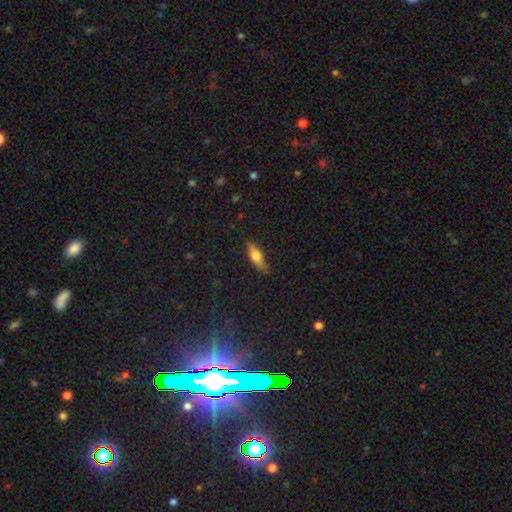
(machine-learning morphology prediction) This is possibly a smooth galaxy (49%). Merging: clearly none (84%).